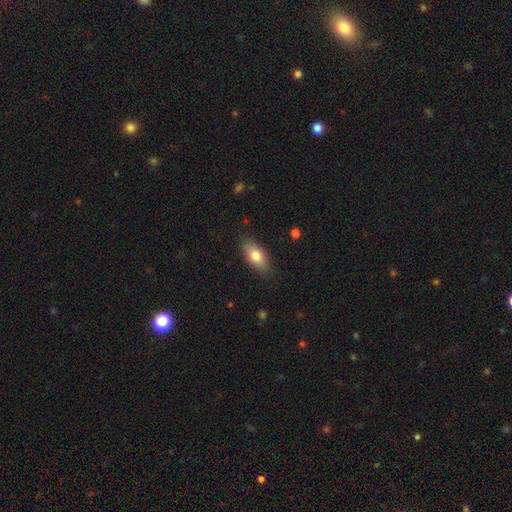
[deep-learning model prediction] Overall: smooth (78%). How rounded: in between (85%). Merging: none (85%).